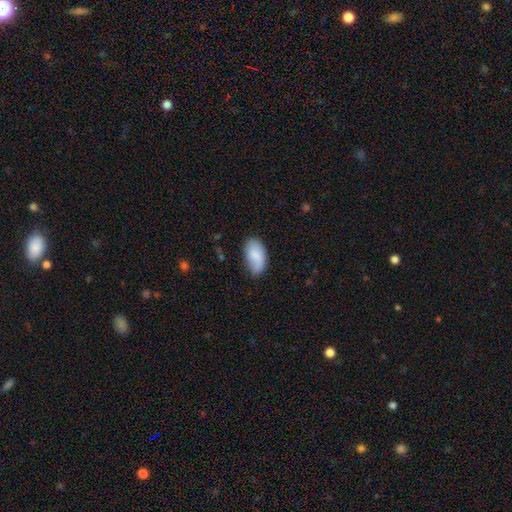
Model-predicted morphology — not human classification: Overall: smooth (82%). How rounded: in between (95%). Merging: none (68%).